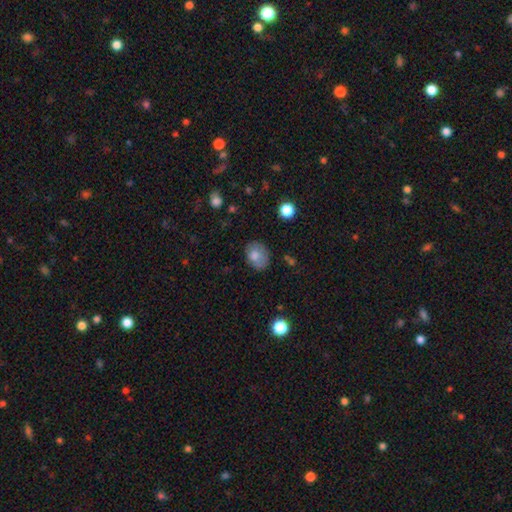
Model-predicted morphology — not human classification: Smooth or featured?
  - smooth: 78% *
  - featured or disk: 13%
  - star or artifact: 9%
How rounded?
  - in between: 65% *
  - round: 34%
  - cigar-shaped: 1%
Merging?
  - none: 69% *
  - minor disturbance: 22%
  - major disturbance: 6%
  - merger: 2%